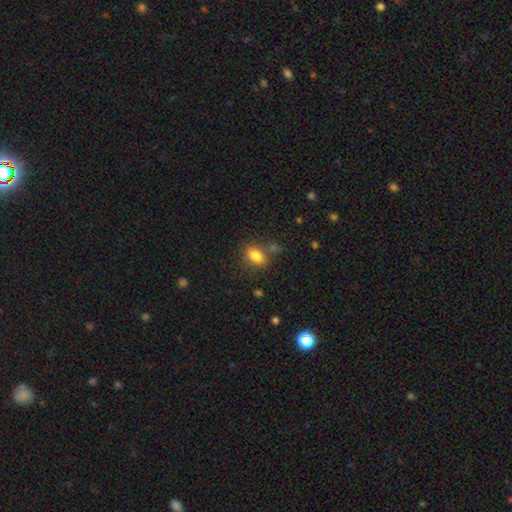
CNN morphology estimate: The model was most divided on "how rounded": in between: 80%, round: 18%, cigar-shaped: 2%. More confident: smooth or featured — smooth (82%); merging — none (76%).